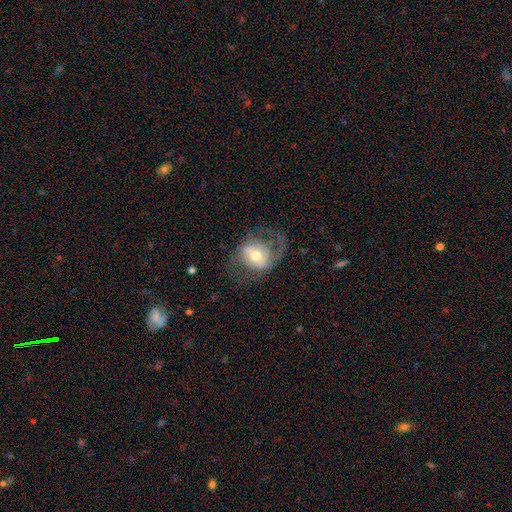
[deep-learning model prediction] Q: Smooth or featured?
A: featured or disk (72%); runner-up: smooth (21%)
Q: Edge-on disk?
A: no (96%); runner-up: yes (4%)
Q: Bar?
A: weak (38%); runner-up: no (36%)
Q: Spiral arms?
A: yes (81%); runner-up: no (19%)
Q: Spiral winding?
A: medium (45%); runner-up: loose (41%)
Q: Spiral arm count?
A: 2 (78%); runner-up: 1 (11%)
Q: Bulge size?
A: moderate (65%); runner-up: small (24%)
Q: Merging?
A: none (57%); runner-up: major disturbance (23%)